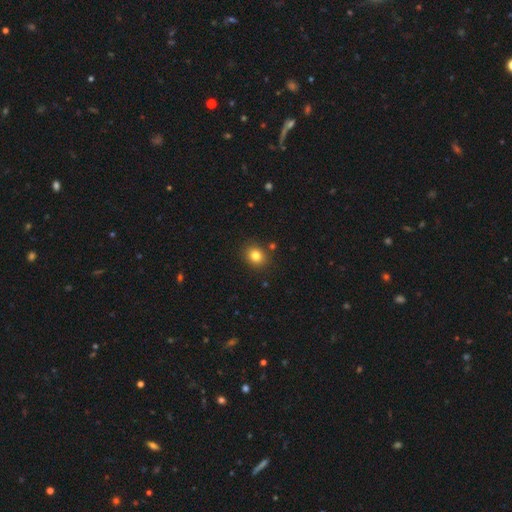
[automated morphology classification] This is clearly a smooth galaxy (81%). How rounded: likely round (68%). Merging: clearly none (87%).